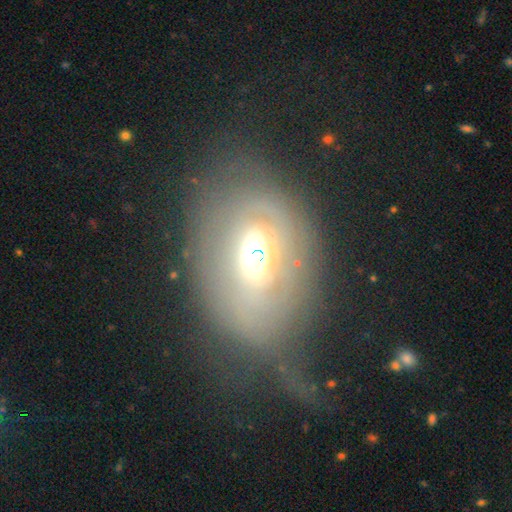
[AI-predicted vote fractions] Morphology: type=featured or disk (58%); edge-on=no (93%); bar=no (63%); spiral arms=no (58%); bulge=moderate (61%); merging=major disturbance (38%).